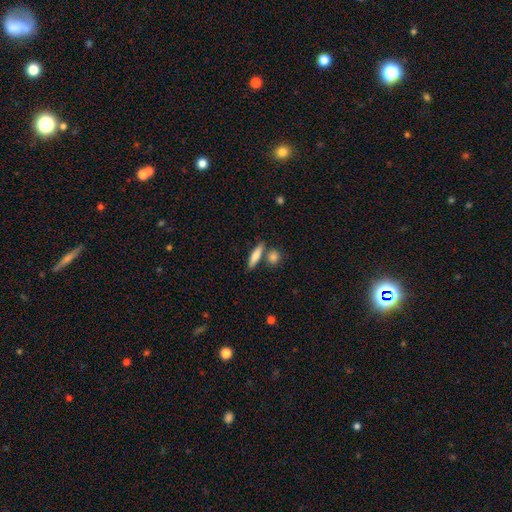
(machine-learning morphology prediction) Smooth or featured? Predicted: smooth (p=0.77). How rounded? Predicted: cigar-shaped (p=0.68). Merging? Predicted: none (p=0.71).